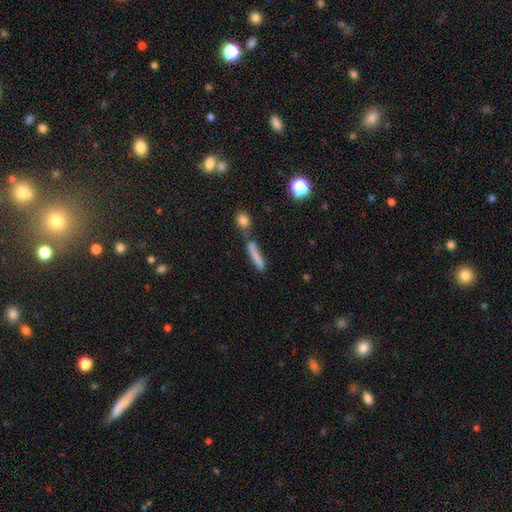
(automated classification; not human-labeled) A smooth galaxy with no disk features (74%) that is cigar-shaped (85%). Merging: none (52%).